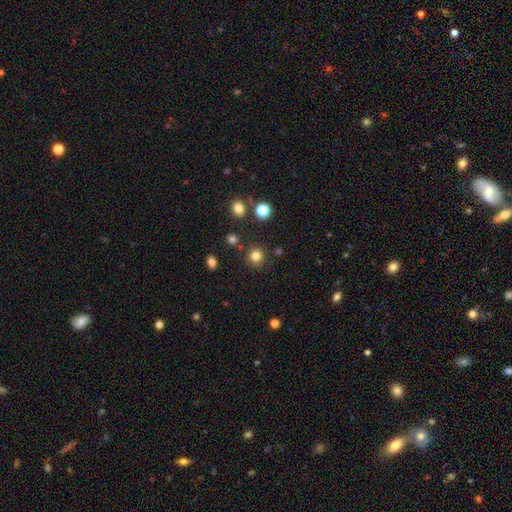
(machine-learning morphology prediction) This is clearly a smooth galaxy (81%). How rounded: clearly round (93%). Merging: clearly none (86%).